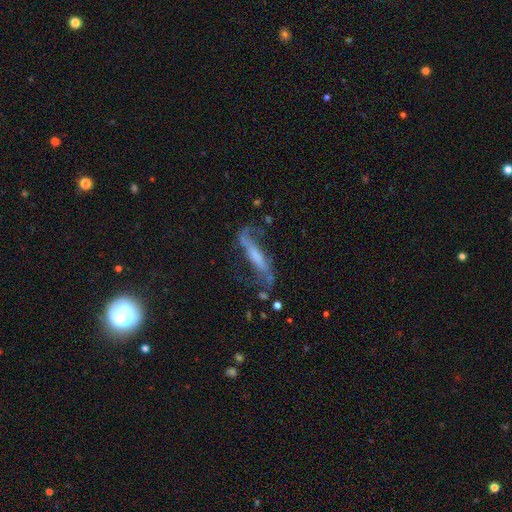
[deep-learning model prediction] featured or disk 72%, smooth 20%, star or artifact 9%. Down the decision tree: edge-on disk — no (61%); merging — none (50%).